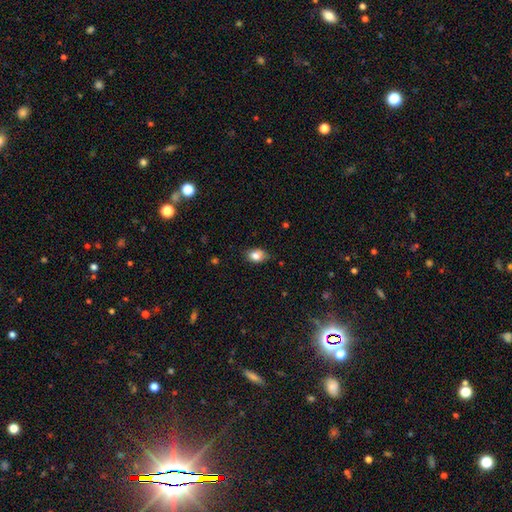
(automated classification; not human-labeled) The model was most divided on "merging": none: 71%, minor disturbance: 24%, major disturbance: 4%, merger: 2%. More confident: smooth or featured — smooth (82%); how rounded — in between (78%).